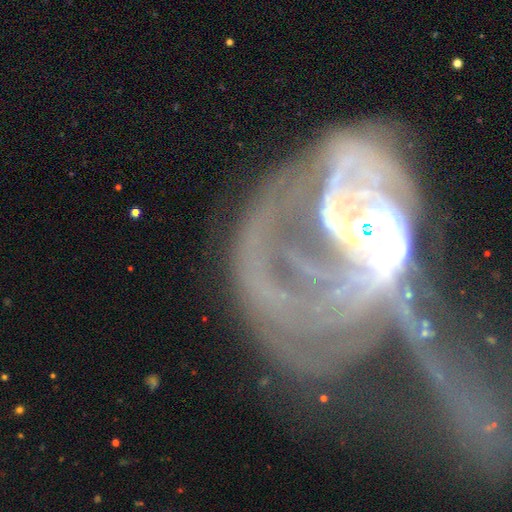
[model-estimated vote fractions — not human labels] Smooth or featured?
  - featured or disk: 79% *
  - star or artifact: 12%
  - smooth: 10%
Edge-on disk?
  - no: 94% *
  - yes: 6%
Bar?
  - strong: 45% *
  - weak: 28%
  - no: 27%
Spiral arms?
  - yes: 88% *
  - no: 12%
Spiral winding?
  - tight: 46% *
  - medium: 35%
  - loose: 18%
Spiral arm count?
  - 2: 35% *
  - can't tell: 20%
  - 3: 15%
  - 1: 11%
  - 4: 10%
  - more than 4: 10%
Bulge size?
  - moderate: 40% *
  - small: 34%
  - none: 12%
  - large: 12%
  - dominant: 4%
Merging?
  - none: 50% *
  - major disturbance: 23%
  - minor disturbance: 15%
  - merger: 11%